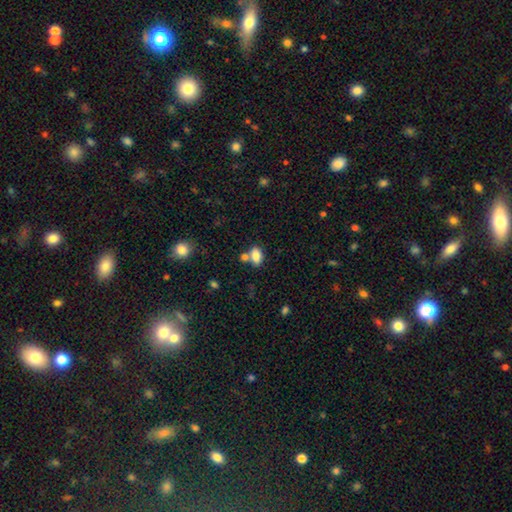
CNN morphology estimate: A smooth galaxy with no disk features (83%) that is in between round and cigar-shaped (88%). Merging: none (53%).